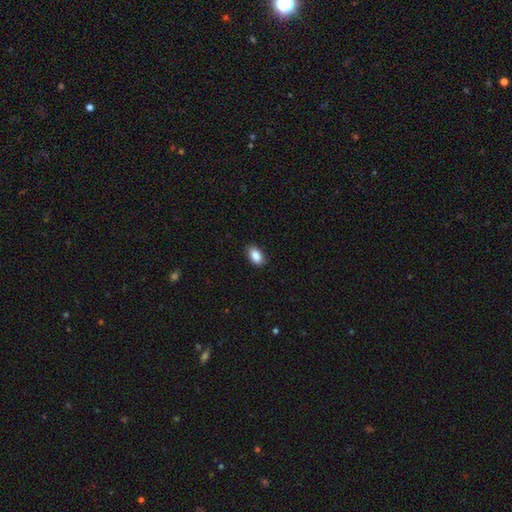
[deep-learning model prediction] smooth_or_featured: smooth (p=0.88) [alt: star or artifact p=0.07]
how_rounded: in between (p=0.92) [alt: round p=0.06]
merging: none (p=0.89) [alt: minor disturbance p=0.08]